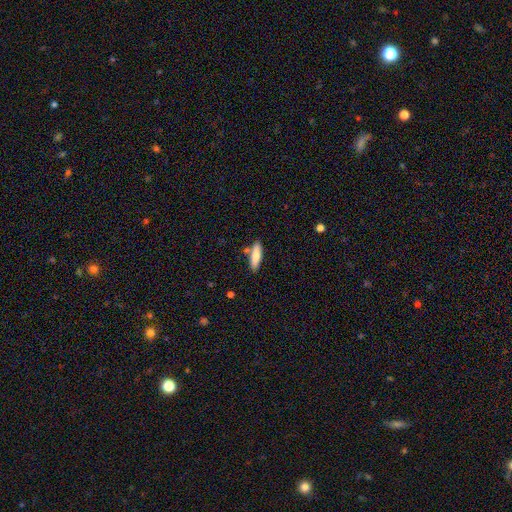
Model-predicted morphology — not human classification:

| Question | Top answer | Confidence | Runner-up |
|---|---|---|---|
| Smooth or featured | smooth | 78% | featured or disk (16%) |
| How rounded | cigar-shaped | 58% | in between (40%) |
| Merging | none | 77% | minor disturbance (13%) |